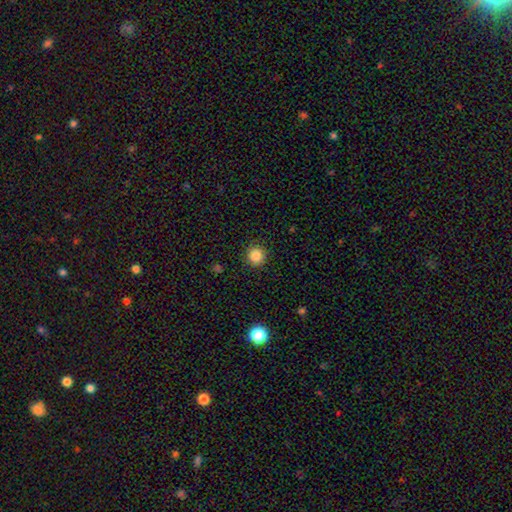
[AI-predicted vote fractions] Smooth or featured? Predicted: smooth (p=0.85). How rounded? Predicted: round (p=0.92). Merging? Predicted: none (p=0.90).